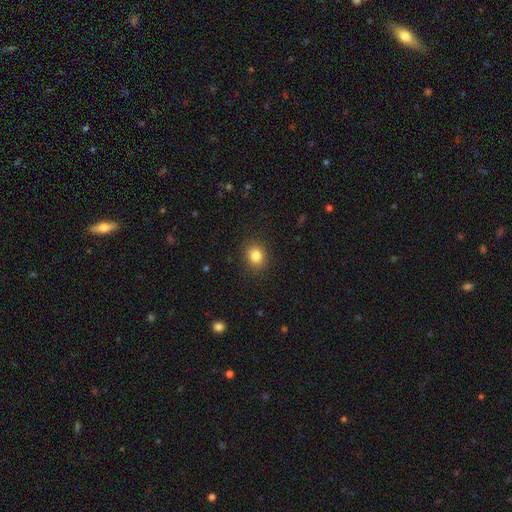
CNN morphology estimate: Smooth or featured? smooth (83%)
How rounded? round (66%)
Merging? none (89%)